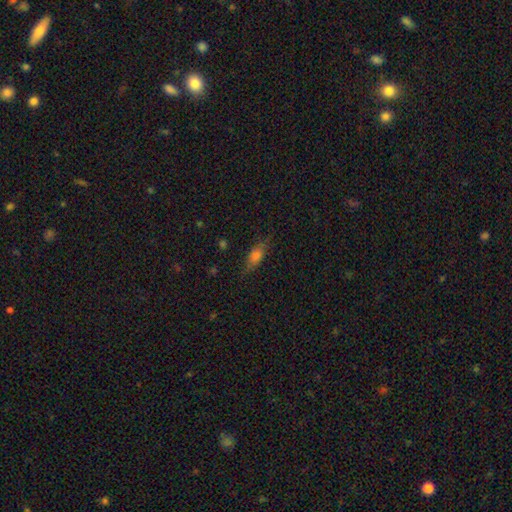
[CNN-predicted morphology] Smooth or featured: smooth — 64% (featured or disk — 24%)
How rounded: in between — 62% (cigar-shaped — 33%)
Merging: none — 77% (minor disturbance — 17%)